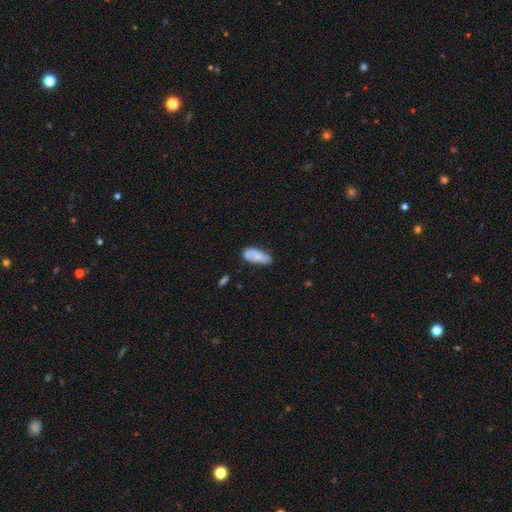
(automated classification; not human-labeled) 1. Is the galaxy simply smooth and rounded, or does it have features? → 77% smooth, 16% featured or disk, 7% star or artifact.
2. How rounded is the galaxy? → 83% in between, 15% cigar-shaped, 2% round.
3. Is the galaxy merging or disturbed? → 60% none, 29% minor disturbance, 6% major disturbance, 5% merger.